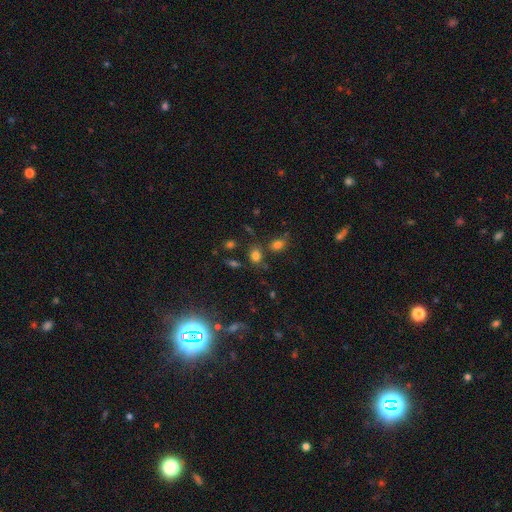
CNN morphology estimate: smooth-or-featured: smooth: 77% | star or artifact: 16% | featured or disk: 7%
  how-rounded: in between: 57% | round: 42% | cigar-shaped: 1%
  merging: none: 68% | merger: 14% | minor disturbance: 13% | major disturbance: 5%